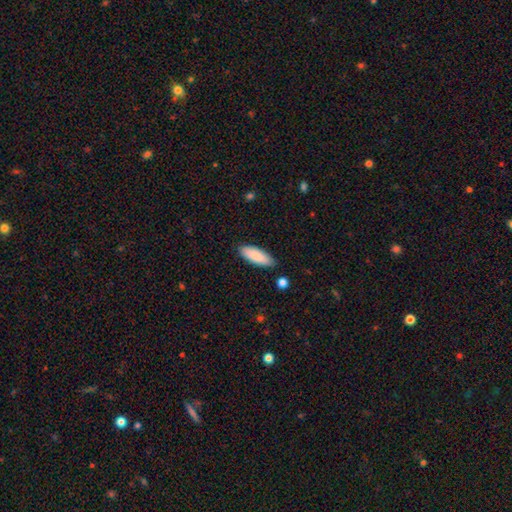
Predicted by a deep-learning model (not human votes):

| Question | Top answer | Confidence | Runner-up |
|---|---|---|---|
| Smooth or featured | smooth | 88% | featured or disk (6%) |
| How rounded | in between | 63% | cigar-shaped (36%) |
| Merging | none | 86% | minor disturbance (10%) |